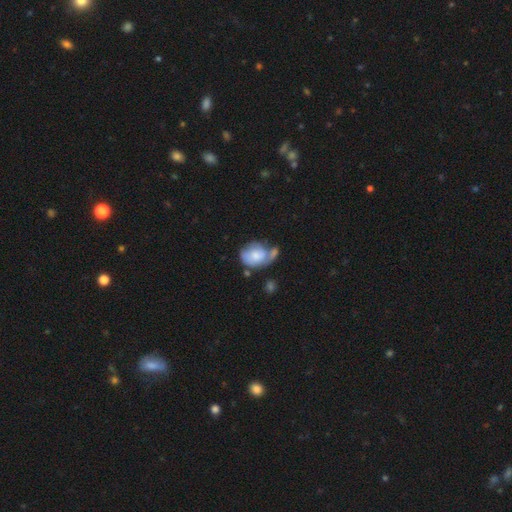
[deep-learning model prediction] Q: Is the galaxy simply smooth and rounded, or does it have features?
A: smooth — 65%.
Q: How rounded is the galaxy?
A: in between — 58%.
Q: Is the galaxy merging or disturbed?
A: none — 28%.